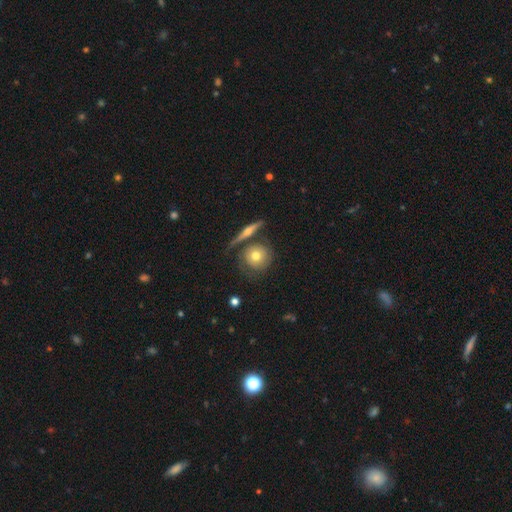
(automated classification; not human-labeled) smooth_or_featured: smooth (p=0.59) [alt: featured or disk p=0.34]
how_rounded: round (p=0.88) [alt: in between p=0.10]
merging: none (p=0.65) [alt: minor disturbance p=0.15]